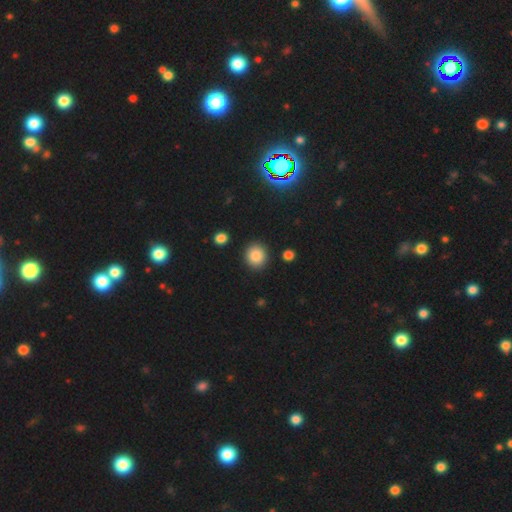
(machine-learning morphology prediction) smooth_or_featured: smooth (p=0.85) [alt: star or artifact p=0.09]
how_rounded: round (p=0.83) [alt: in between p=0.15]
merging: none (p=0.89) [alt: minor disturbance p=0.06]